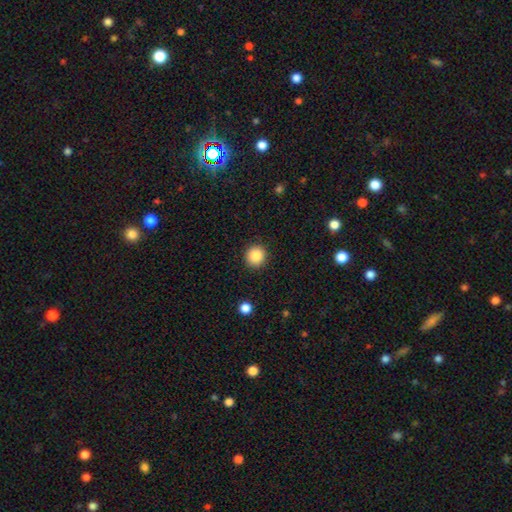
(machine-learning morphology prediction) Smooth or featured? Predicted: smooth (p=0.87). How rounded? Predicted: round (p=0.93). Merging? Predicted: none (p=0.92).